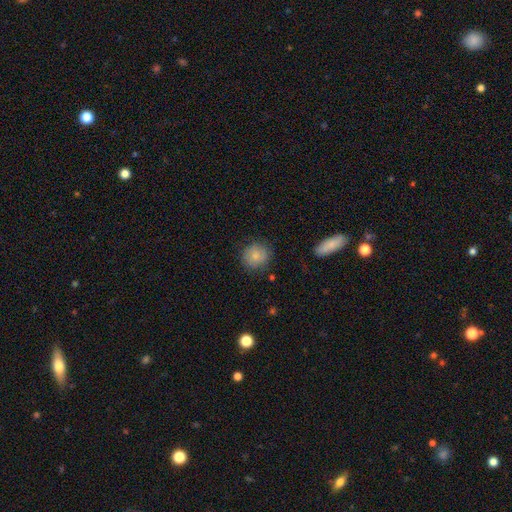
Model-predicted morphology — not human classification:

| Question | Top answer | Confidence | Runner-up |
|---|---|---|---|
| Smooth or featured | smooth | 80% | featured or disk (12%) |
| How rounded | round | 87% | in between (12%) |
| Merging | none | 82% | minor disturbance (13%) |